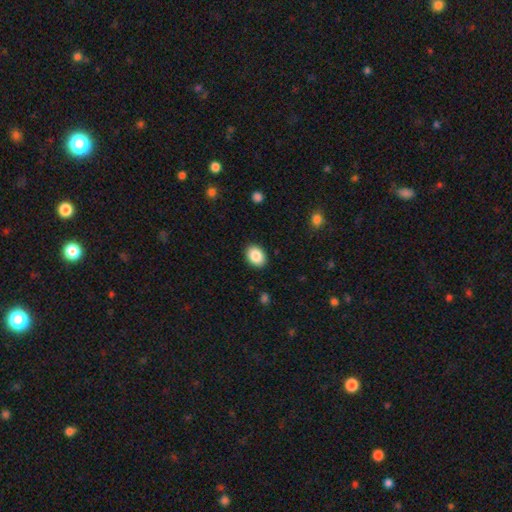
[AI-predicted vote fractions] smooth_or_featured: smooth (p=0.88) [alt: star or artifact p=0.07]
how_rounded: in between (p=0.70) [alt: round p=0.29]
merging: none (p=0.90) [alt: minor disturbance p=0.07]